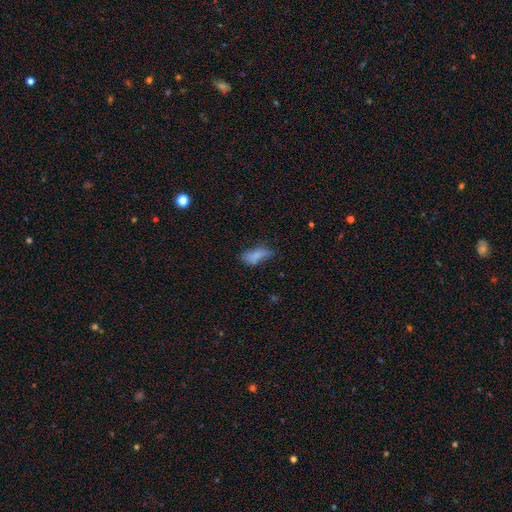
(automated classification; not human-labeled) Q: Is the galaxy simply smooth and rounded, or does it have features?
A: smooth — 74%.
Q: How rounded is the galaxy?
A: in between — 82%.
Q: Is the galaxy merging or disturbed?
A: none — 40%.